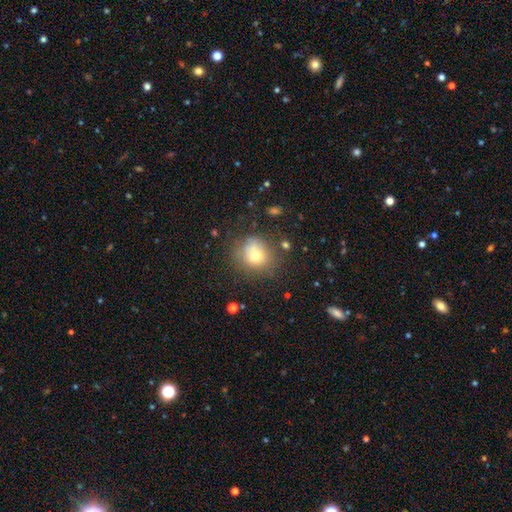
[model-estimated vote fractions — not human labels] Smooth or featured: smooth — 70% (star or artifact — 15%)
How rounded: round — 84% (in between — 15%)
Merging: none — 71% (minor disturbance — 17%)